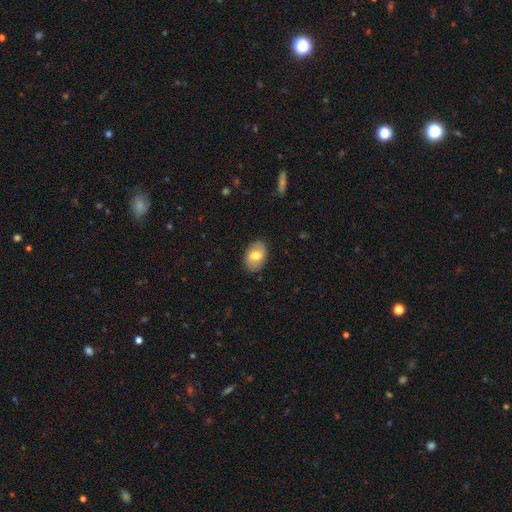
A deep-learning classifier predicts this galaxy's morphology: The model was most divided on "smooth or featured": smooth: 69%, featured or disk: 24%, star or artifact: 7%. More confident: merging — none (86%); how rounded — in between (84%).